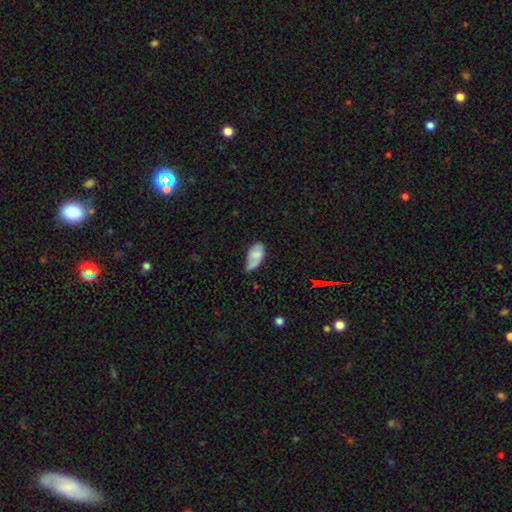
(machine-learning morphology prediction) Smooth or featured? Predicted: smooth (p=0.68). How rounded? Predicted: in between (p=0.93). Merging? Predicted: minor disturbance (p=0.44).